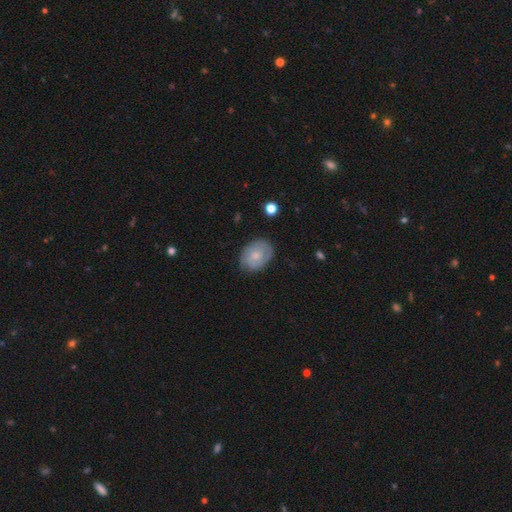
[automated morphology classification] Smooth or featured: smooth — 48% (featured or disk — 46%)
Merging: none — 75% (minor disturbance — 19%)